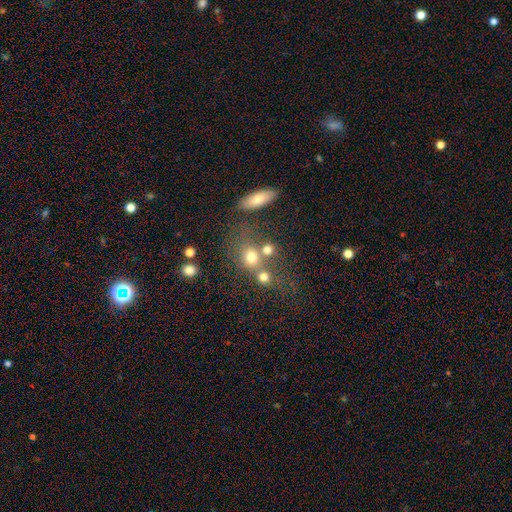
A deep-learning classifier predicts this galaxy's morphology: This appears to be a smooth galaxy with no disk features (60%) that is round (61%). Merging: merger (47%).